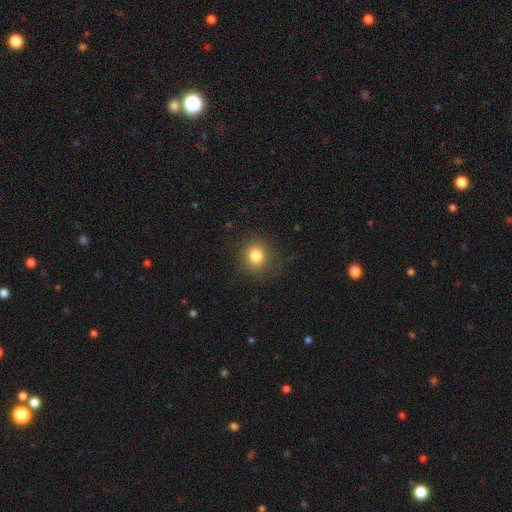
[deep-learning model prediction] Overall: smooth (81%). How rounded: round (83%). Merging: none (82%).